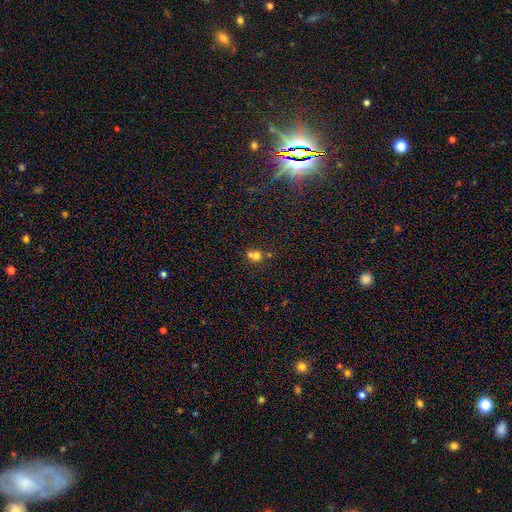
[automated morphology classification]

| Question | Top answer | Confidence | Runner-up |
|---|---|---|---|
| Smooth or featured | smooth | 67% | star or artifact (17%) |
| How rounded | round | 60% | in between (38%) |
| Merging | merger | 52% | none (30%) |